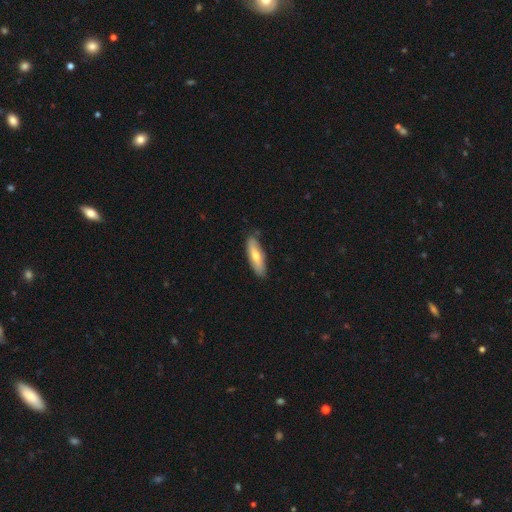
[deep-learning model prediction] This is likely a smooth galaxy (63%). How rounded: possibly cigar-shaped (52%). Merging: clearly none (82%).